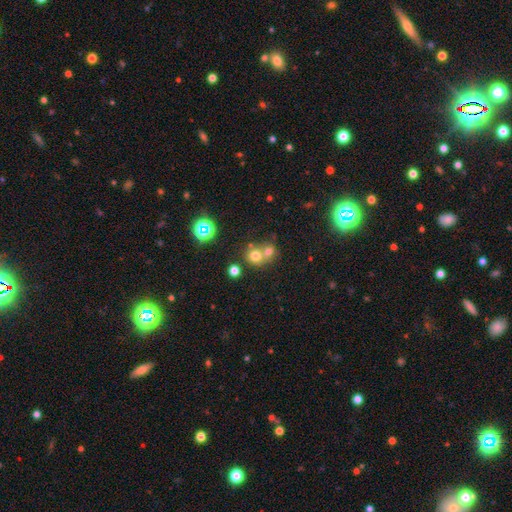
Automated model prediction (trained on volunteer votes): Smooth or featured: smooth — 69% (star or artifact — 18%)
How rounded: round — 83% (in between — 16%)
Merging: merger — 50% (none — 41%)